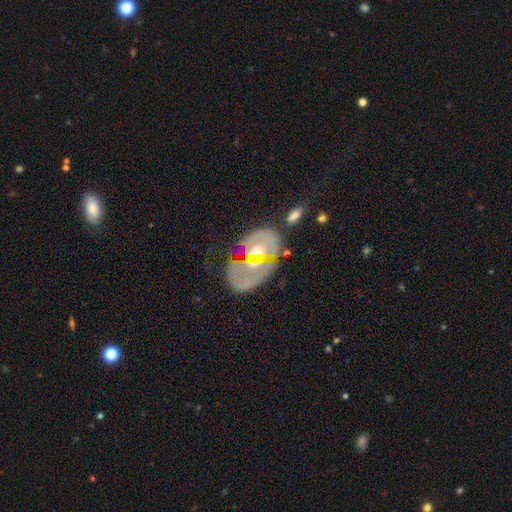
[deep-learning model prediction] smooth_or_featured: featured or disk (p=0.66) [alt: smooth p=0.23]
disk_edge_on: no (p=0.96) [alt: yes p=0.04]
bar: no (p=0.55) [alt: weak p=0.31]
has_spiral_arms: yes (p=0.55) [alt: no p=0.45]
bulge_size: moderate (p=0.55) [alt: small p=0.28]
merging: none (p=0.40) [alt: major disturbance p=0.25]